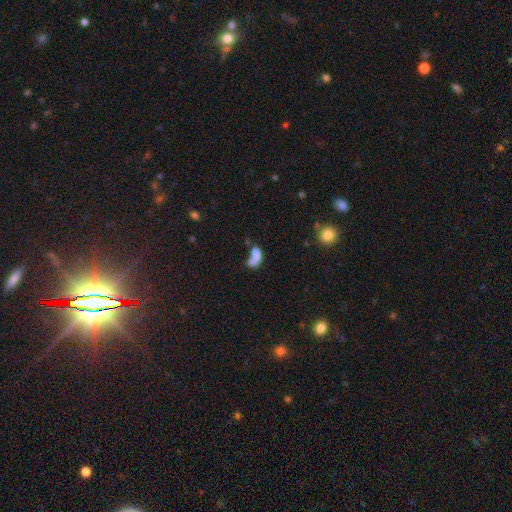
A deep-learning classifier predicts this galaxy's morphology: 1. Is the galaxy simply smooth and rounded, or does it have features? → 71% smooth, 17% featured or disk, 12% star or artifact.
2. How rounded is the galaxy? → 83% in between, 11% round, 6% cigar-shaped.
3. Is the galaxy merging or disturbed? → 56% merger, 20% none, 13% major disturbance, 11% minor disturbance.